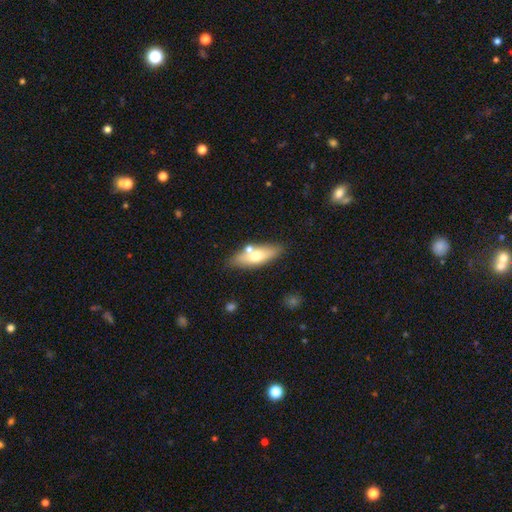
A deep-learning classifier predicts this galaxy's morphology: Smooth or featured?
  - smooth: 60% *
  - featured or disk: 33%
  - star or artifact: 7%
How rounded?
  - in between: 58% *
  - cigar-shaped: 39%
  - round: 3%
Merging?
  - none: 72% *
  - merger: 13%
  - minor disturbance: 12%
  - major disturbance: 3%